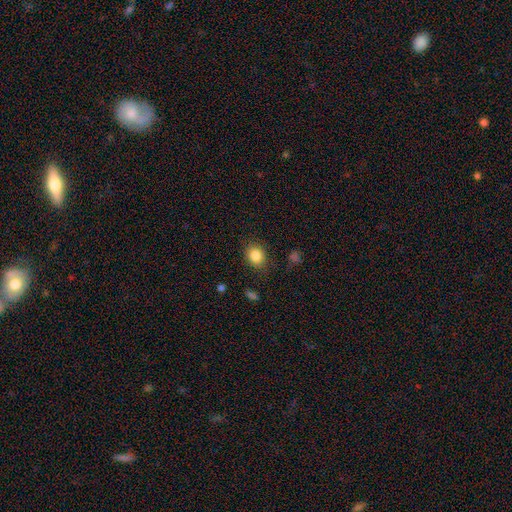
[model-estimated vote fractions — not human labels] Q: Smooth or featured?
A: smooth (85%); runner-up: star or artifact (10%)
Q: How rounded?
A: round (61%); runner-up: in between (38%)
Q: Merging?
A: none (84%); runner-up: minor disturbance (11%)